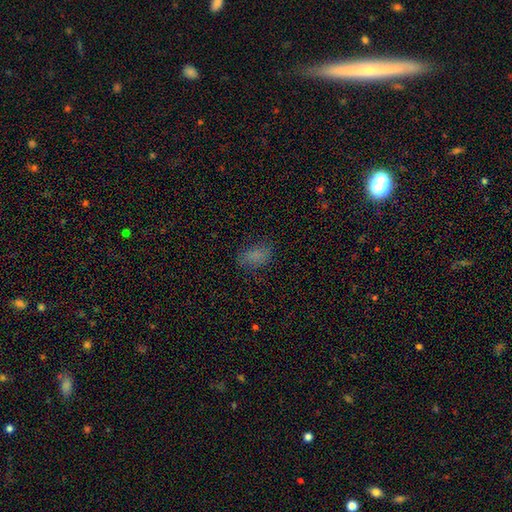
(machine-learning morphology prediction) Q: Smooth or featured?
A: smooth (73%); runner-up: star or artifact (17%)
Q: How rounded?
A: in between (88%); runner-up: round (8%)
Q: Merging?
A: none (71%); runner-up: minor disturbance (19%)